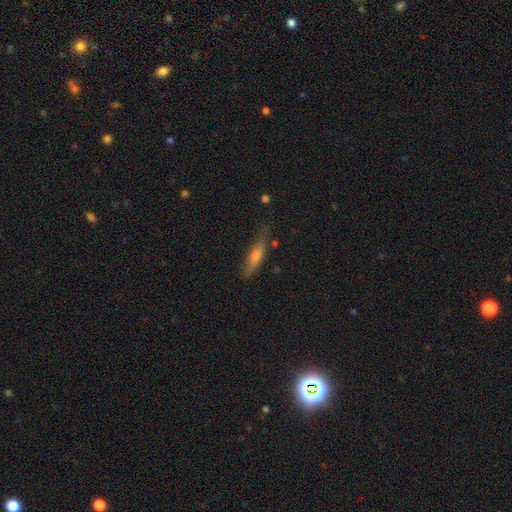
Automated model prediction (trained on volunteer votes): Morphology: type=smooth (52%); roundness=cigar-shaped (80%); merging=none (73%).